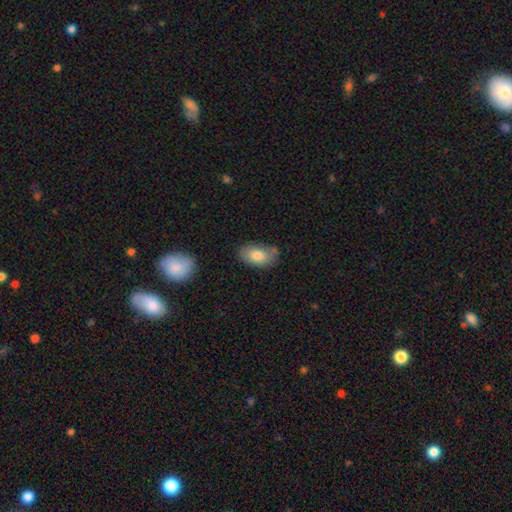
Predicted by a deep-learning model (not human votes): smooth_or_featured: smooth (p=0.77) [alt: featured or disk p=0.16]
how_rounded: in between (p=0.92) [alt: round p=0.06]
merging: none (p=0.68) [alt: minor disturbance p=0.23]